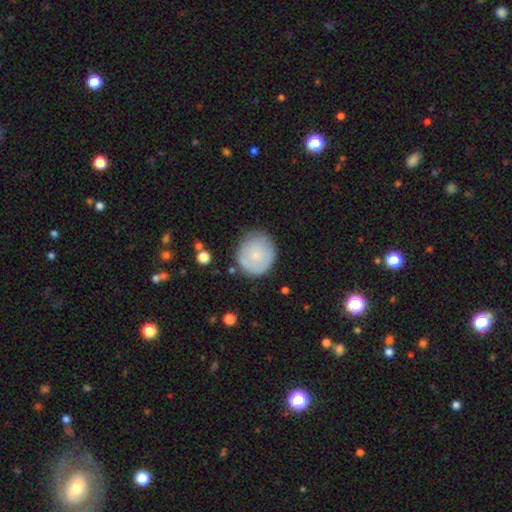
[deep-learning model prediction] smooth_or_featured: smooth (p=0.70) [alt: featured or disk p=0.23]
how_rounded: round (p=0.86) [alt: in between p=0.13]
merging: none (p=0.74) [alt: minor disturbance p=0.19]